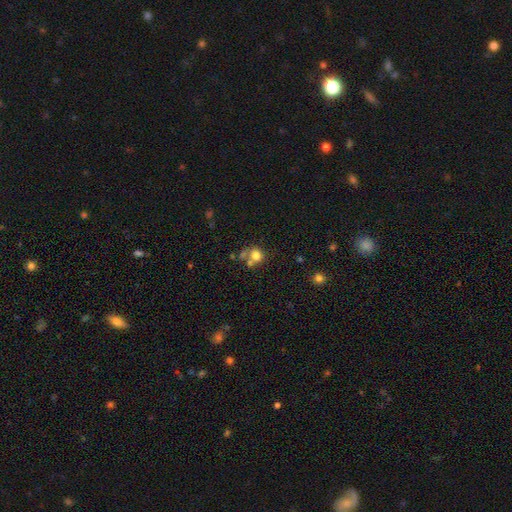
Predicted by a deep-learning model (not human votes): Overall: smooth (75%). How rounded: round (77%). Merging: none (46%; merger 34%).